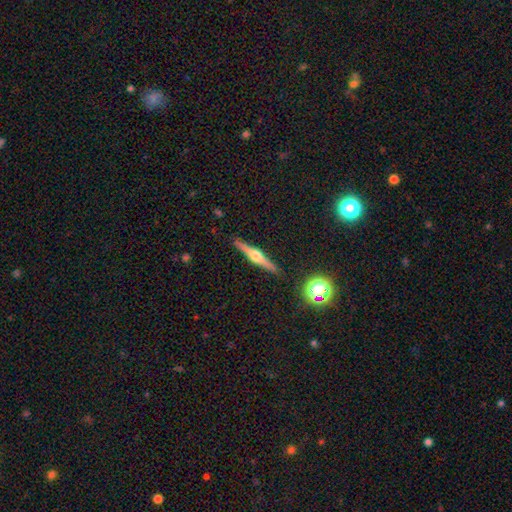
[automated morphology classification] A featured or disk galaxy (74%) viewed edge-on (98%) with a rounded central bulge (93%).

Vote fractions:
- Smooth or featured? featured or disk: 74% / smooth: 19% / star or artifact: 7%
- Edge-on disk? yes: 98% / no: 2%
- Edge-on bulge? rounded: 93% / boxy: 4% / none: 2%
- Merging? none: 91% / minor disturbance: 6% / major disturbance: 1% / merger: 1%